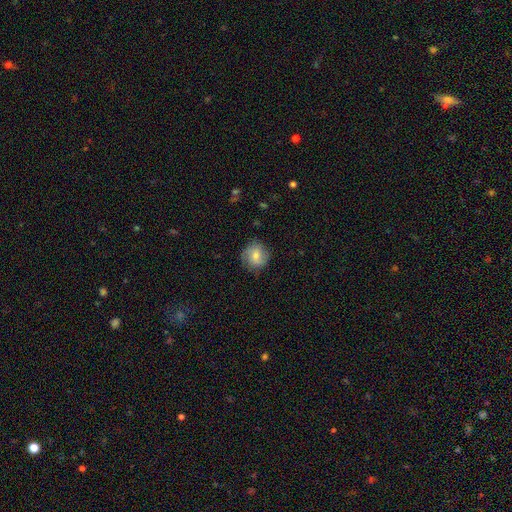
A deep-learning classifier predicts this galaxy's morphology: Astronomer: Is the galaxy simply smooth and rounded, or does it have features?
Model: smooth — 62%.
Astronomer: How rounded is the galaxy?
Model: round — 87%.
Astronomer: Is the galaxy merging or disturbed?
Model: none — 79%.